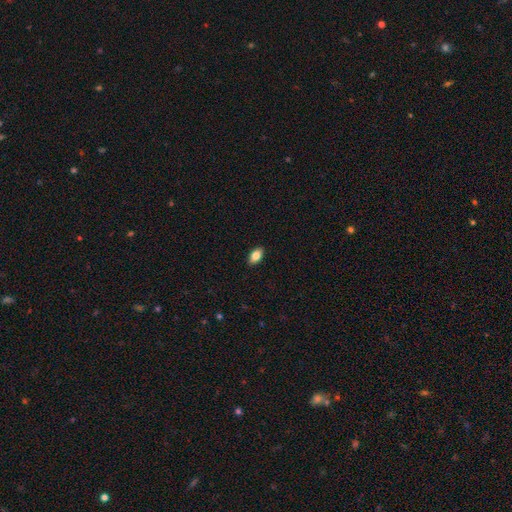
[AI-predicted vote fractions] The model was most divided on "smooth or featured": smooth: 82%, featured or disk: 10%, star or artifact: 8%. More confident: how rounded — in between (91%); merging — none (89%).